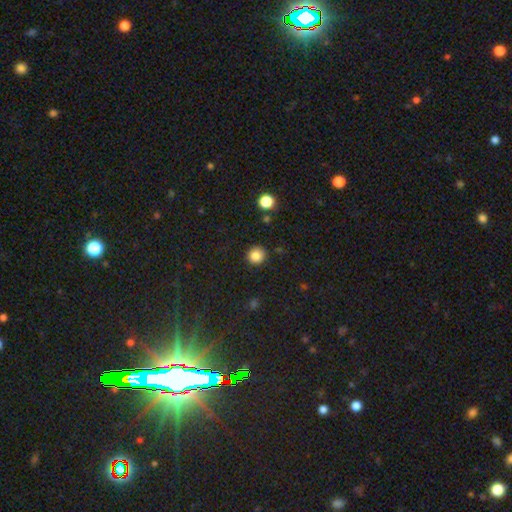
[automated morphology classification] This appears to be a smooth galaxy with no disk features (85%) that is round (92%). Merging: none (90%).